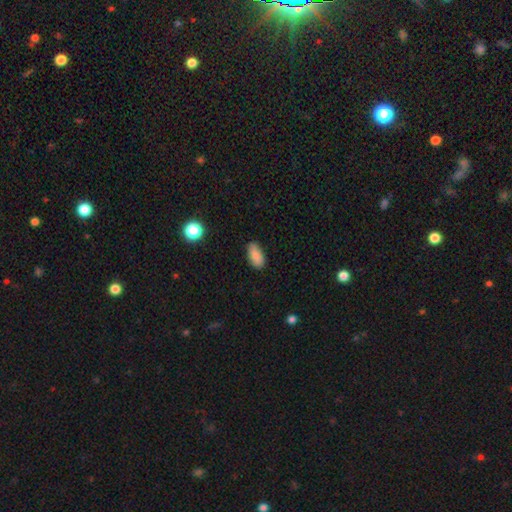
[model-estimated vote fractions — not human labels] smooth_or_featured: smooth (p=0.86) [alt: star or artifact p=0.08]
how_rounded: in between (p=0.91) [alt: cigar-shaped p=0.06]
merging: none (p=0.79) [alt: minor disturbance p=0.17]